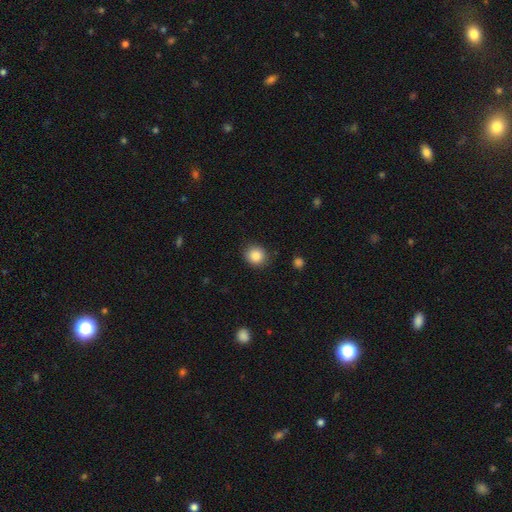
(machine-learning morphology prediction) Smooth or featured?
  - smooth: 86% *
  - star or artifact: 9%
  - featured or disk: 5%
How rounded?
  - round: 84% *
  - in between: 15%
  - cigar-shaped: 1%
Merging?
  - none: 87% *
  - minor disturbance: 9%
  - major disturbance: 2%
  - merger: 1%